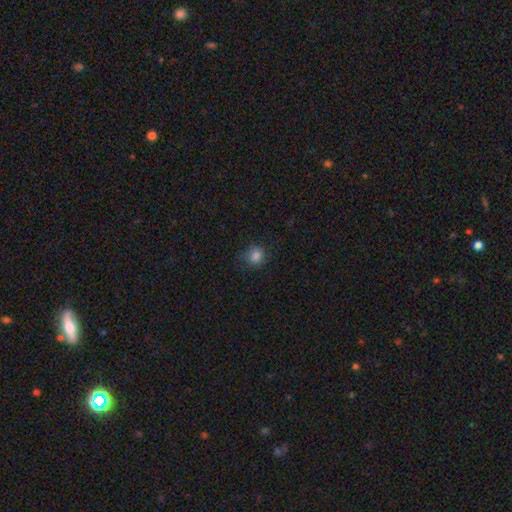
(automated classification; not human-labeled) Morphology: type=smooth (84%); roundness=round (87%); merging=none (81%).